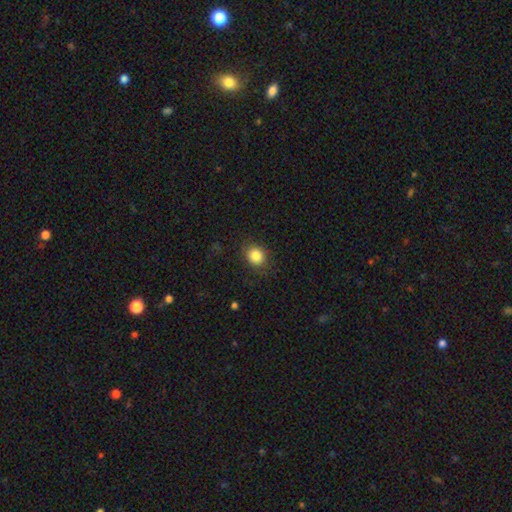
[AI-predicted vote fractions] smooth_or_featured: smooth (p=0.85) [alt: star or artifact p=0.10]
how_rounded: round (p=0.69) [alt: in between p=0.30]
merging: none (p=0.84) [alt: minor disturbance p=0.11]